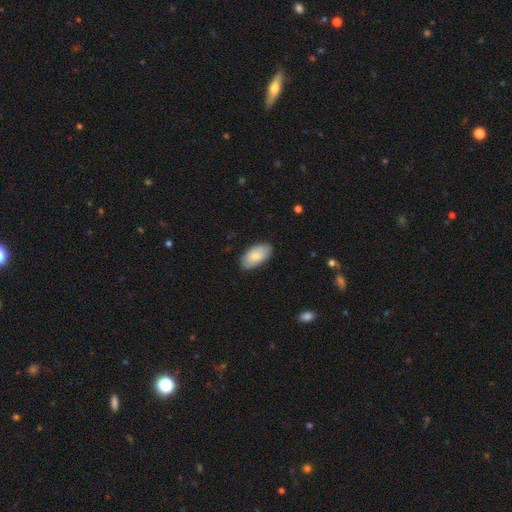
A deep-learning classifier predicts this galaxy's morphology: A smooth galaxy with no disk features (81%) that is in between round and cigar-shaped (95%). Merging: none (85%).